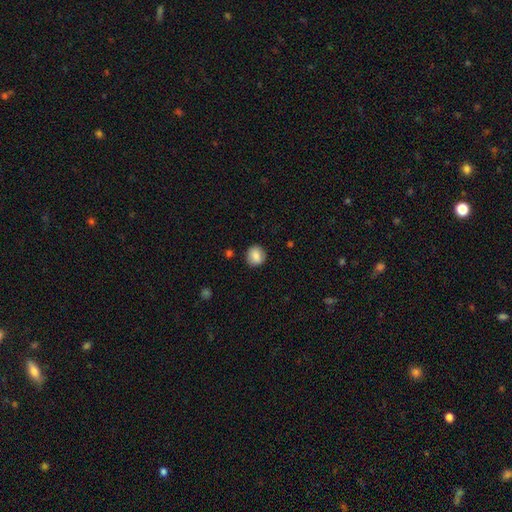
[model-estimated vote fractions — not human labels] Smooth or featured? Predicted: smooth (p=0.83). How rounded? Predicted: round (p=0.82). Merging? Predicted: none (p=0.86).